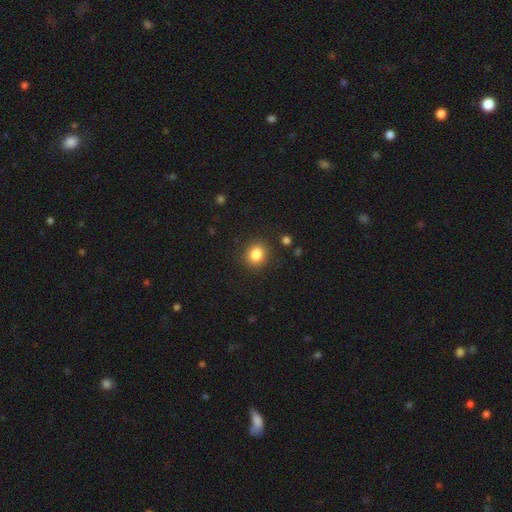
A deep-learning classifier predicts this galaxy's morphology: A smooth galaxy with no disk features (84%) that is round (75%).

Vote fractions:
- Smooth or featured? smooth: 84% / star or artifact: 10% / featured or disk: 5%
- How rounded? round: 75% / in between: 24% / cigar-shaped: 1%
- Merging? none: 88% / minor disturbance: 8% / major disturbance: 2% / merger: 2%